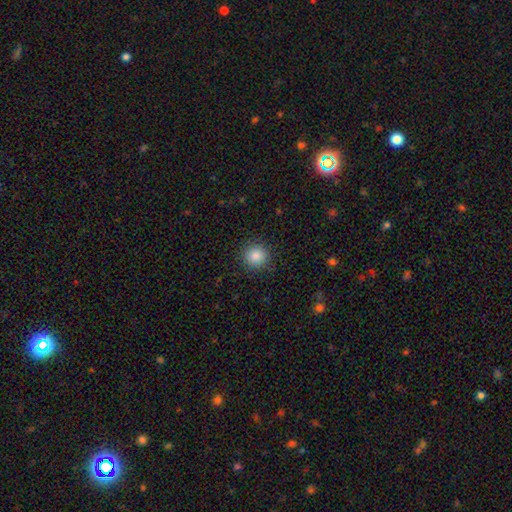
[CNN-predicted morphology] Q: Smooth or featured?
A: smooth (86%); runner-up: star or artifact (10%)
Q: How rounded?
A: round (93%); runner-up: in between (6%)
Q: Merging?
A: none (90%); runner-up: minor disturbance (7%)